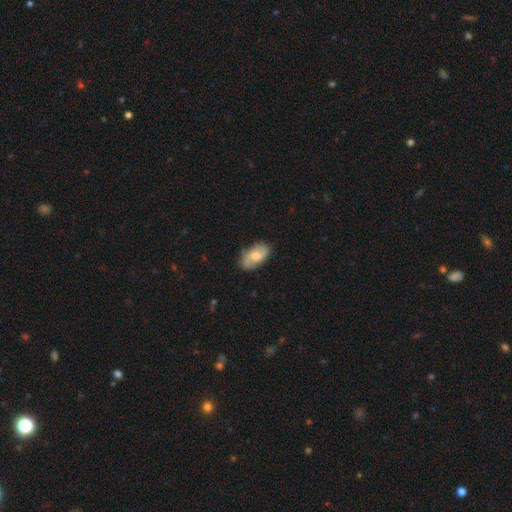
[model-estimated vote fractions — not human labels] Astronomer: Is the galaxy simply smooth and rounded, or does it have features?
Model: featured or disk — 51% (runner-up: smooth, 43%).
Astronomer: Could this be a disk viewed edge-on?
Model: no — 94%.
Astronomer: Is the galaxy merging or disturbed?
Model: none — 76%.